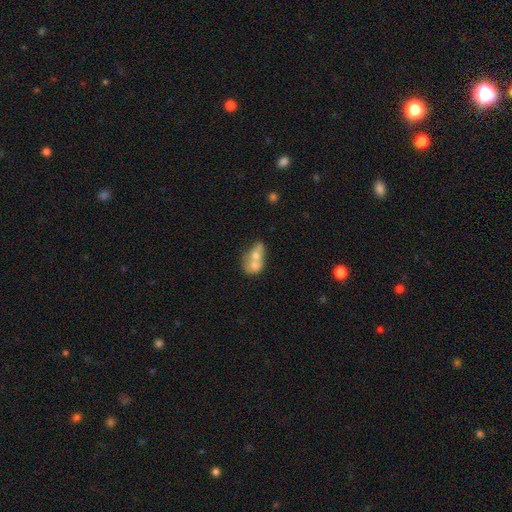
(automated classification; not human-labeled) smooth-or-featured: smooth: 62% | featured or disk: 29% | star or artifact: 9%
  how-rounded: in between: 60% | round: 37% | cigar-shaped: 3%
  merging: merger: 75% | none: 14% | minor disturbance: 6% | major disturbance: 4%